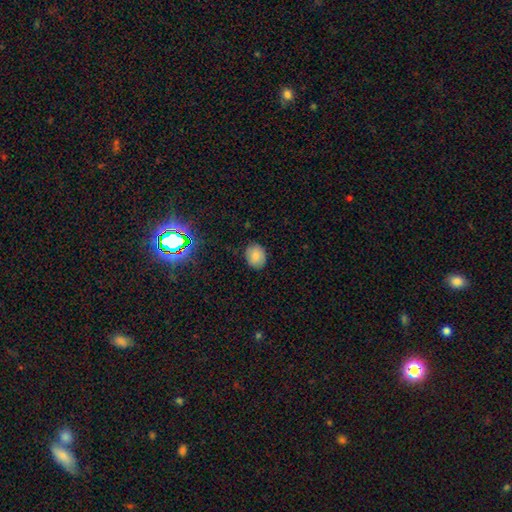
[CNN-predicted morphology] A smooth galaxy with no disk features (81%) that is round (58%). Merging: none (85%).